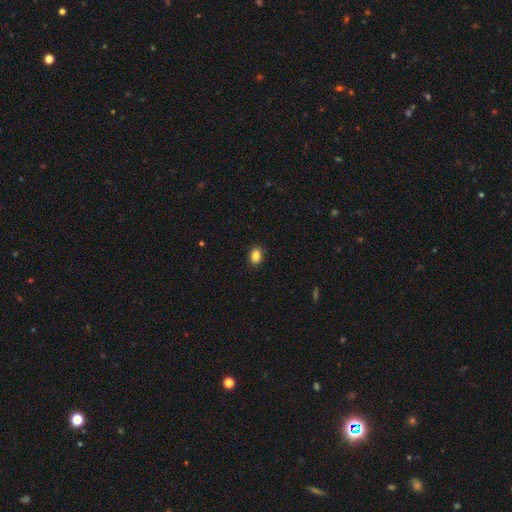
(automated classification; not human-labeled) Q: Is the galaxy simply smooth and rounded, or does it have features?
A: smooth — 86%.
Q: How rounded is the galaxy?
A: in between — 71%.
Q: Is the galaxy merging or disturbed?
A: none — 89%.